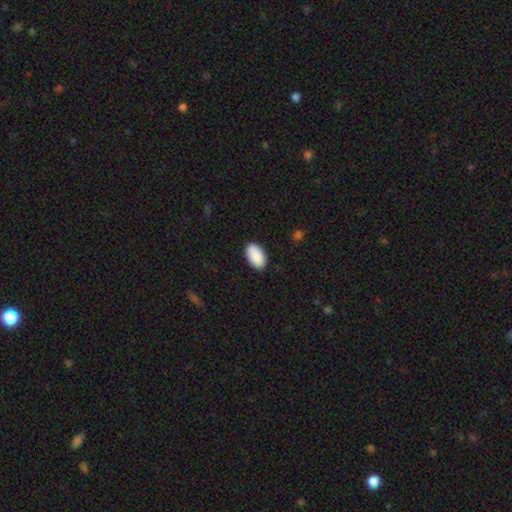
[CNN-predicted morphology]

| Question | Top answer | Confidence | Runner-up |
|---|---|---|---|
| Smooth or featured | smooth | 90% | star or artifact (6%) |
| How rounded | in between | 95% | round (3%) |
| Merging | none | 87% | minor disturbance (10%) |